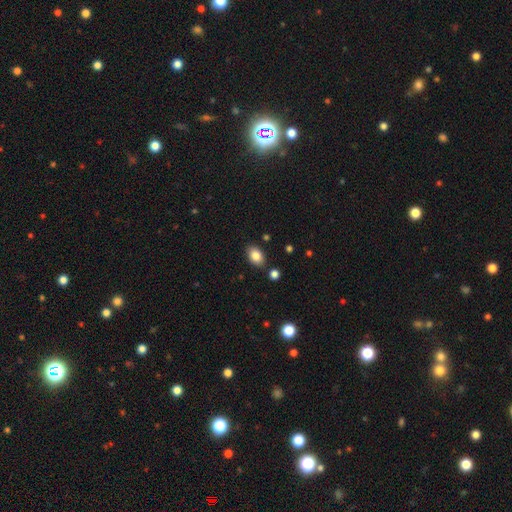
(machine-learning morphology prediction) Smooth or featured? smooth (85%)
How rounded? in between (85%)
Merging? none (84%)